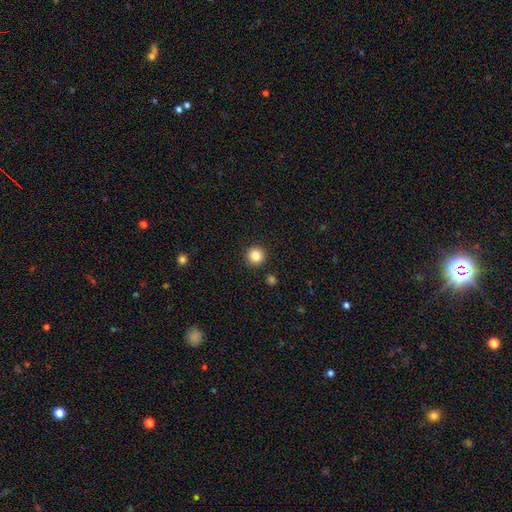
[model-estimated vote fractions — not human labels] Morphology: type=smooth (84%); roundness=round (95%); merging=none (92%).